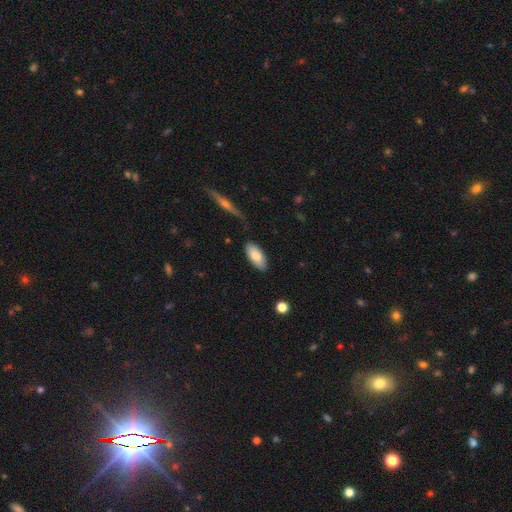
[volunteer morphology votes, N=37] This is likely a smooth galaxy (68%). How rounded: clearly in between (80%). Merging: likely none (68%).